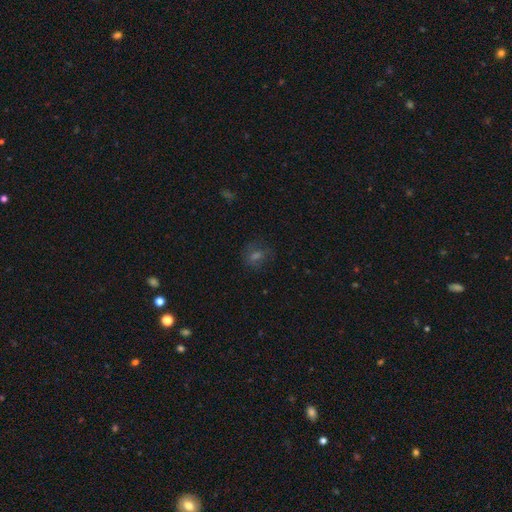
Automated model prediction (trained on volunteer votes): This is possibly a smooth galaxy (47%). Merging: likely none (75%).